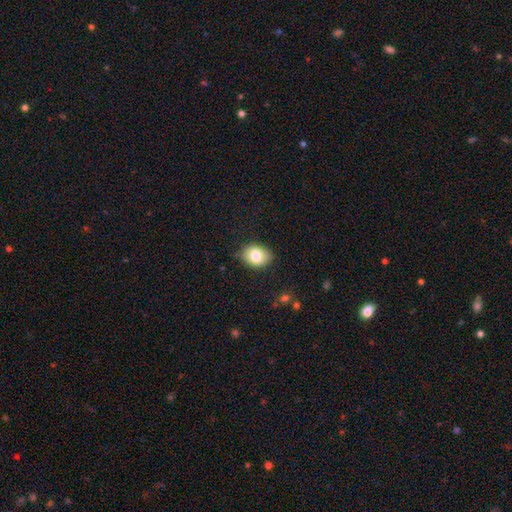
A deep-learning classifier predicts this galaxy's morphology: Smooth or featured? Predicted: smooth (p=0.79). How rounded? Predicted: in between (p=0.66). Merging? Predicted: none (p=0.80).